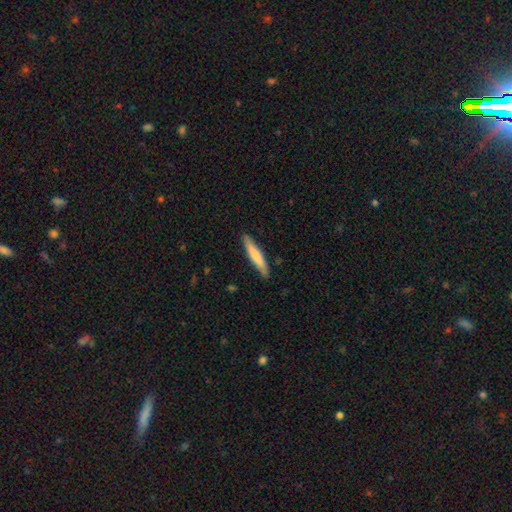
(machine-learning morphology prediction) The model was most divided on "smooth or featured": smooth: 70%, featured or disk: 25%, star or artifact: 5%. More confident: how rounded — cigar-shaped (91%); merging — none (88%).